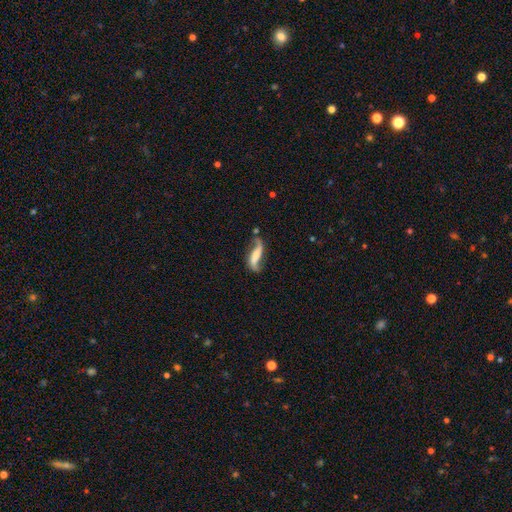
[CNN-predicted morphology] Overall: featured or disk (77%). Edge-on disk: no (87%). Bar: no (35%, tied with strong). Spiral arms: yes (93%). Spiral arm count: 2 (90%). Spiral winding: loose (86%). Bulge size: small (35%; moderate 31%). Merging: none (60%; minor disturbance 21%).